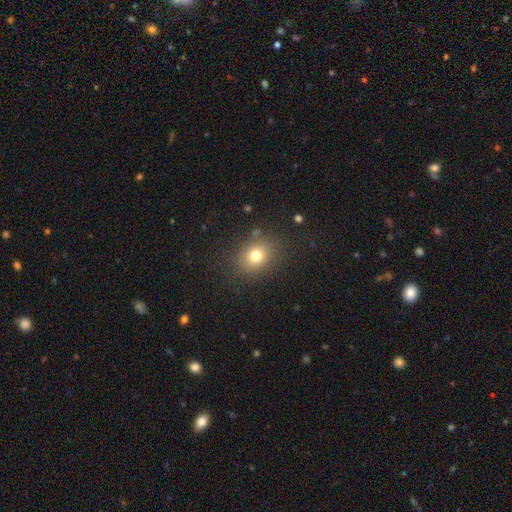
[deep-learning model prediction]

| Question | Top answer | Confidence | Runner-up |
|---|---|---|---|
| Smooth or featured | smooth | 75% | star or artifact (14%) |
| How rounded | round | 50% | in between (49%) |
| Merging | none | 83% | minor disturbance (10%) |